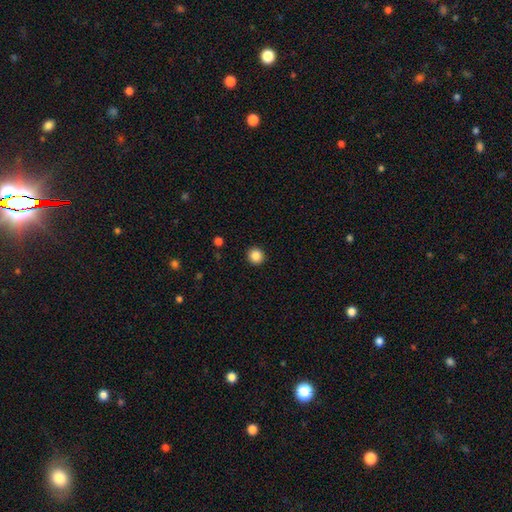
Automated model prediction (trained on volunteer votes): Q: Smooth or featured?
A: smooth (86%); runner-up: star or artifact (10%)
Q: How rounded?
A: round (93%); runner-up: in between (6%)
Q: Merging?
A: none (93%); runner-up: minor disturbance (5%)